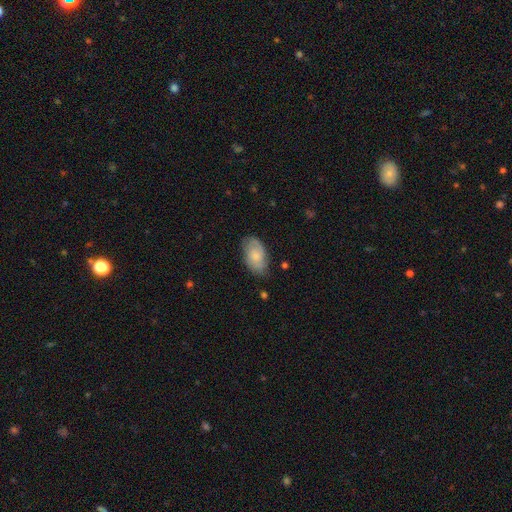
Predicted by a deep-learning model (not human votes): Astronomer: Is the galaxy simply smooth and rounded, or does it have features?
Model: smooth — 63%.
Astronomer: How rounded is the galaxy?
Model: in between — 93%.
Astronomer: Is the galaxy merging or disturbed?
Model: none — 75%.